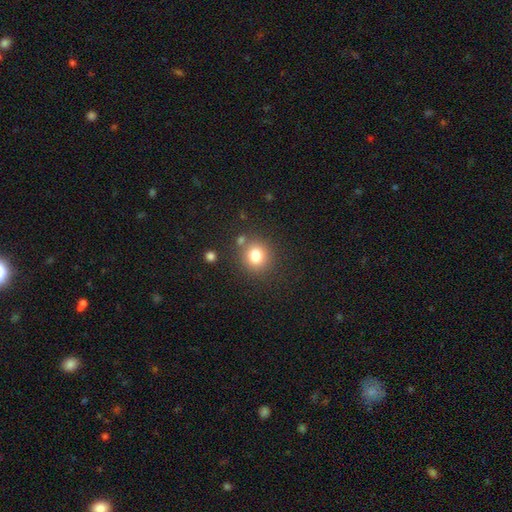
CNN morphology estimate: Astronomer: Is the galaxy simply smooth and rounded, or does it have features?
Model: smooth — 79%.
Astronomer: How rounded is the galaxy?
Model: round — 86%.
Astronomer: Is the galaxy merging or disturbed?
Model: none — 79%.